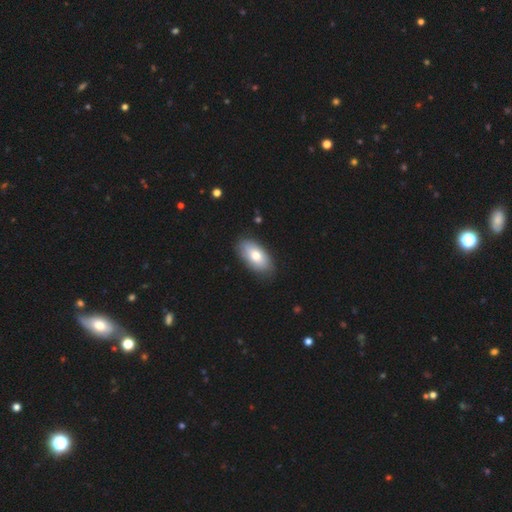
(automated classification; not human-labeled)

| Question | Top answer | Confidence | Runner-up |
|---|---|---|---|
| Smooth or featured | smooth | 74% | featured or disk (20%) |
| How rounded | in between | 94% | cigar-shaped (3%) |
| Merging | none | 84% | minor disturbance (12%) |